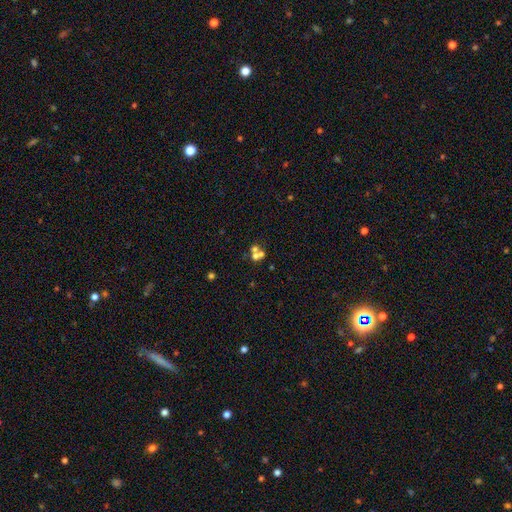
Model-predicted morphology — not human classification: This is possibly a smooth galaxy (50%). How rounded: likely round (73%). Merging: possibly merger (56%).